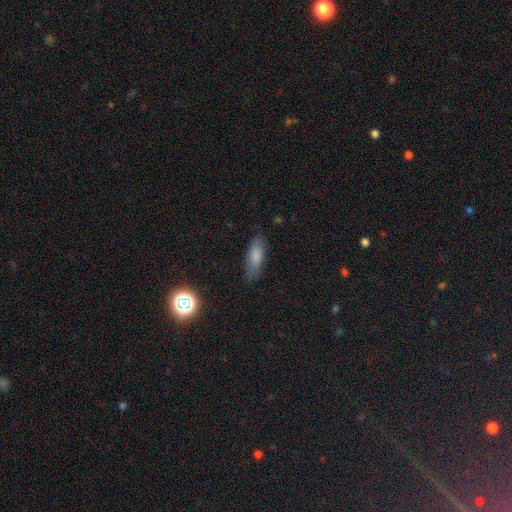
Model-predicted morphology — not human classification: This is likely a smooth galaxy (79%). How rounded: likely in between (63%). Merging: likely none (77%).